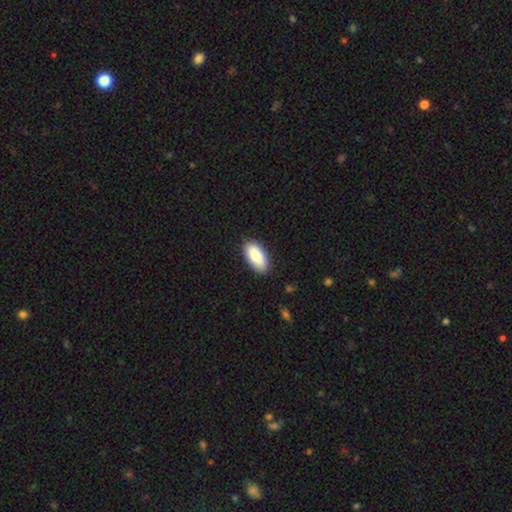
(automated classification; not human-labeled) This appears to be a smooth galaxy with no disk features (88%) that is in between round and cigar-shaped (92%). Merging: none (87%).